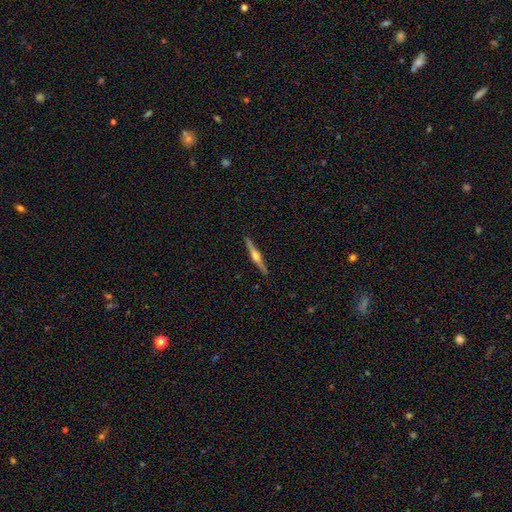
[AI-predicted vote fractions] Smooth or featured? Predicted: featured or disk (p=0.75). Edge-on disk? Predicted: yes (p=0.98). Edge-on bulge? Predicted: rounded (p=0.93). Merging? Predicted: none (p=0.91).